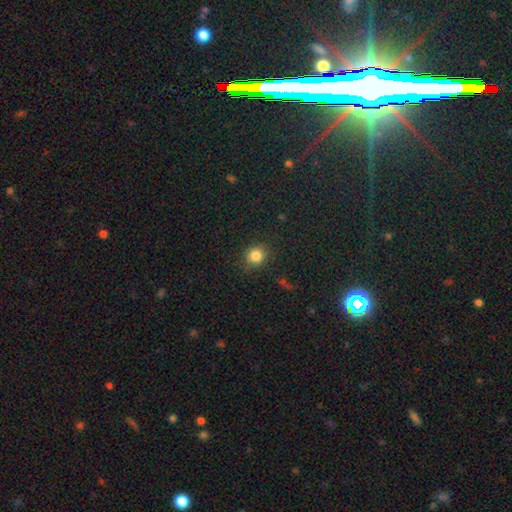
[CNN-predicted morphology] This appears to be a smooth galaxy with no disk features (83%) that is round (83%). Merging: none (85%).